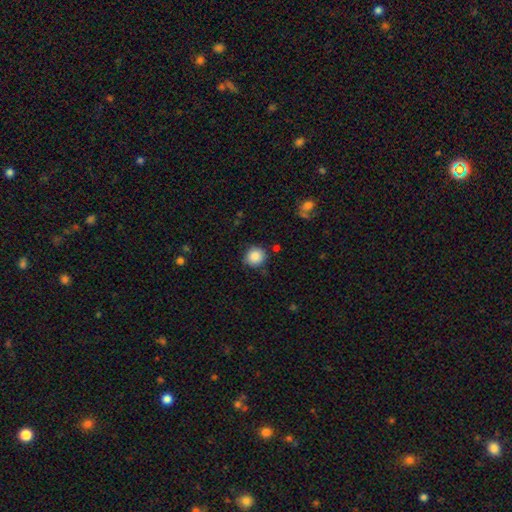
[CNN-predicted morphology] This appears to be a smooth galaxy with no disk features (87%) that is round (88%). Merging: none (83%).